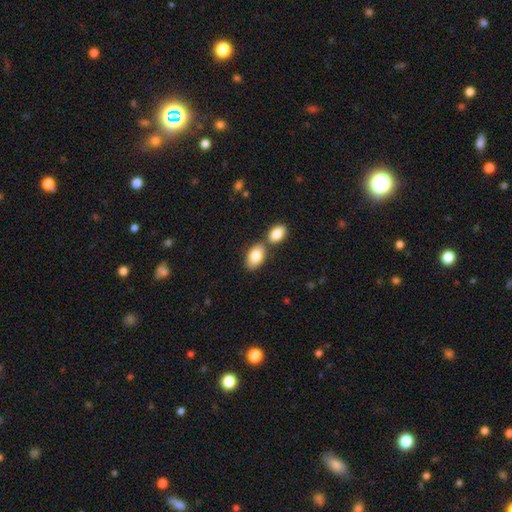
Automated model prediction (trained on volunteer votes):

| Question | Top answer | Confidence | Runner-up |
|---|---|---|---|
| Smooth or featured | smooth | 83% | featured or disk (11%) |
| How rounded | in between | 92% | round (6%) |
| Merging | none | 52% | merger (36%) |